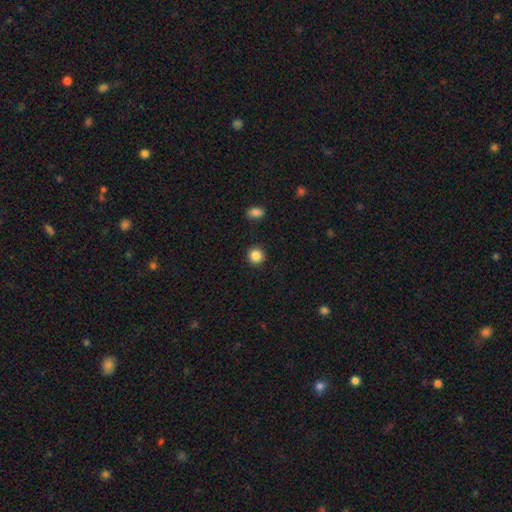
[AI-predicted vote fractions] Smooth or featured? Predicted: smooth (p=0.86). How rounded? Predicted: round (p=0.93). Merging? Predicted: none (p=0.91).